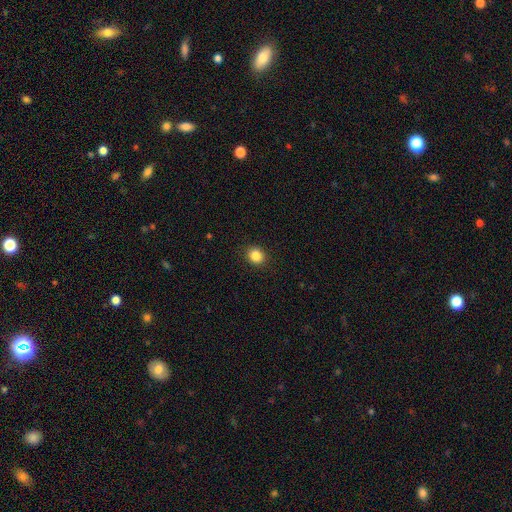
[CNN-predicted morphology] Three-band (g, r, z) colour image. It shows a smooth galaxy with no disk features (85%) that is round (74%). Merging: none (90%).